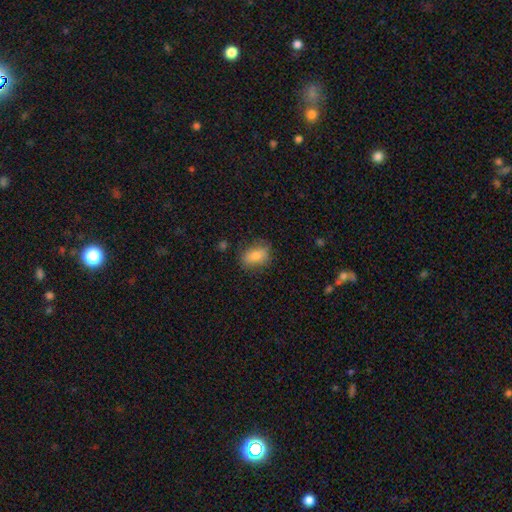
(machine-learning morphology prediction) Smooth or featured: smooth — 79% (featured or disk — 13%)
How rounded: in between — 81% (round — 16%)
Merging: none — 79% (minor disturbance — 16%)